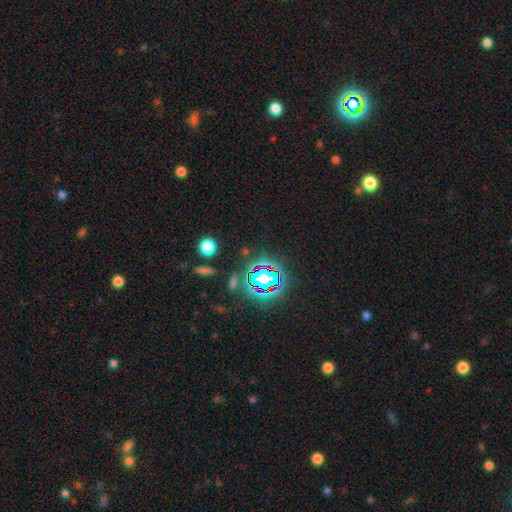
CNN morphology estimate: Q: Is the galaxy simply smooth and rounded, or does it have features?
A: star or artifact — 83%.